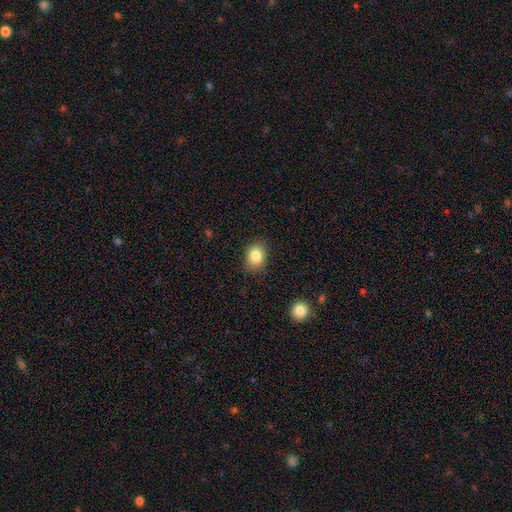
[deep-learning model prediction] Overall: smooth (84%). How rounded: in between (53%; round 46%). Merging: none (84%).